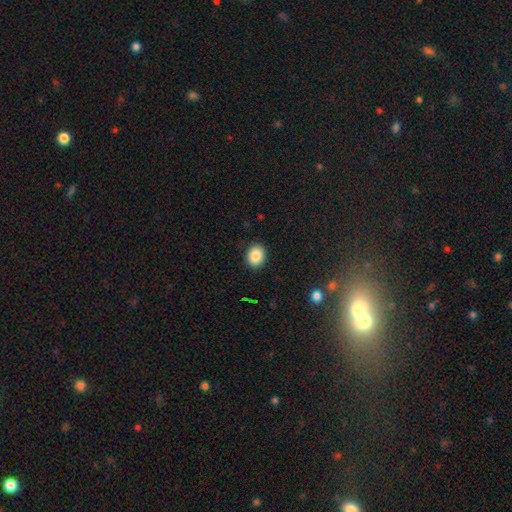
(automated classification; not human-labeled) The model was most divided on "how rounded": round: 56%, in between: 43%, cigar-shaped: 1%. More confident: merging — none (90%); smooth or featured — smooth (86%).